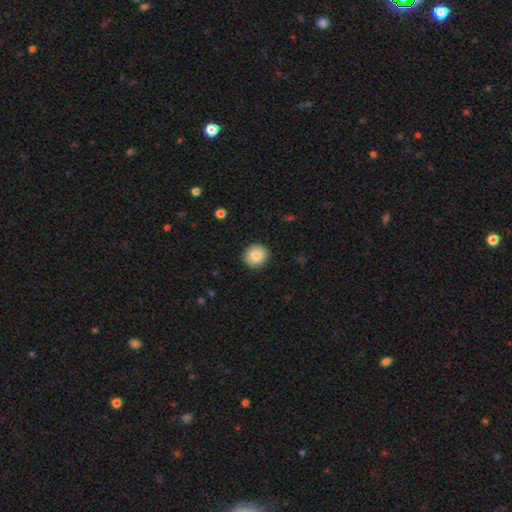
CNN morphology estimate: Smooth or featured? smooth (85%)
How rounded? round (93%)
Merging? none (92%)